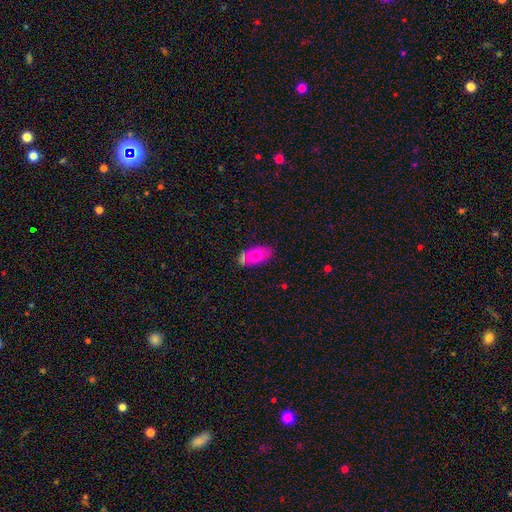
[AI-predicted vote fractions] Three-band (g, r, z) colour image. It shows a smooth galaxy with no disk features (67%) that is in between round and cigar-shaped (91%). Merging: none (66%).